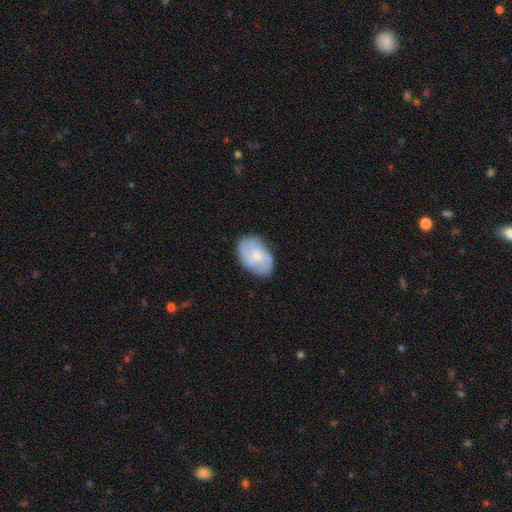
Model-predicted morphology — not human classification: A featured or disk galaxy (54%) with no bar (60%), spiral arms (87%) and a small central bulge (51%).

Vote fractions:
- Smooth or featured? featured or disk: 54% / smooth: 39% / star or artifact: 6%
- Edge-on disk? no: 96% / yes: 4%
- Bar? no: 60% / weak: 35% / strong: 5%
- Spiral arms? yes: 87% / no: 13%
- Bulge size? small: 51% / moderate: 36% / none: 9% / large: 3% / dominant: 1%
- Merging? none: 80% / minor disturbance: 15% / major disturbance: 4% / merger: 1%